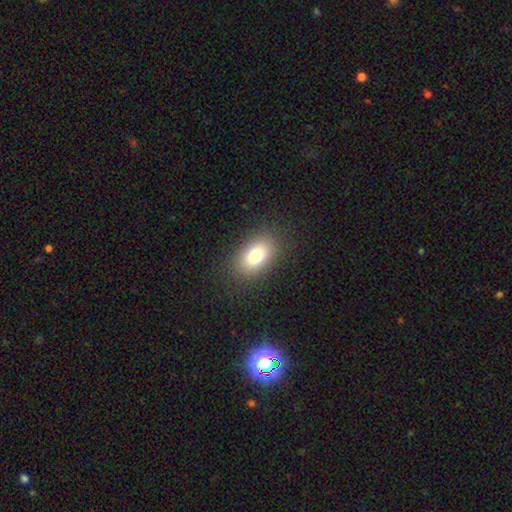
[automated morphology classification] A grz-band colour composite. It shows a smooth galaxy with no disk features (78%) that is in between round and cigar-shaped (85%). Merging: none (86%).